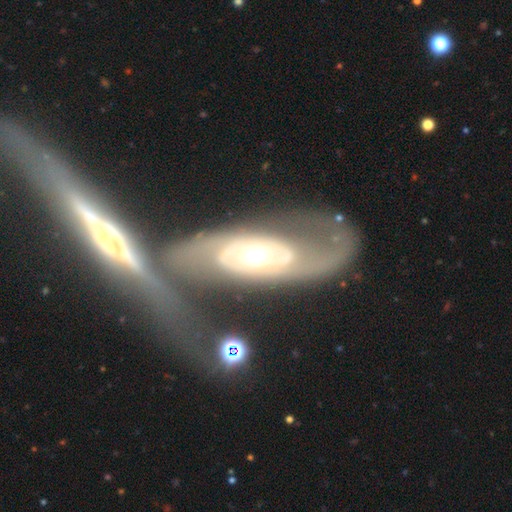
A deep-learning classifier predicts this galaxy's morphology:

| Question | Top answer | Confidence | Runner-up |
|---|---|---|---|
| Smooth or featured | featured or disk | 84% | smooth (11%) |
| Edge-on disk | no | 91% | yes (9%) |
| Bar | no | 65% | weak (22%) |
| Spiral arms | yes | 88% | no (12%) |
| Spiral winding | medium | 42% | tight (32%) |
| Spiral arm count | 2 | 81% | can't tell (11%) |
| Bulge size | moderate | 67% | small (18%) |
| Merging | none | 36% | merger (33%) |